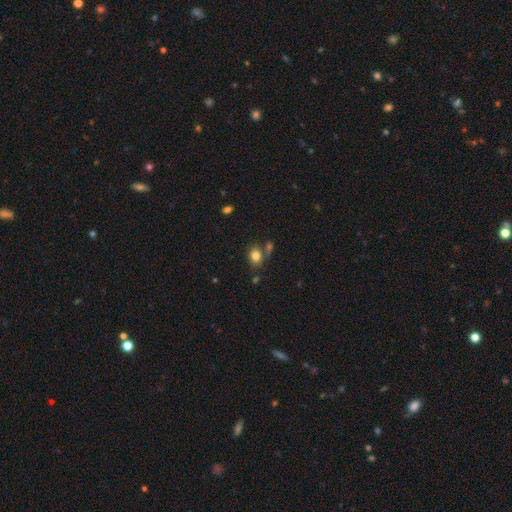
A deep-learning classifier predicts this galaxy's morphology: Smooth or featured: smooth — 82% (star or artifact — 11%)
How rounded: in between — 61% (round — 38%)
Merging: none — 62% (merger — 20%)